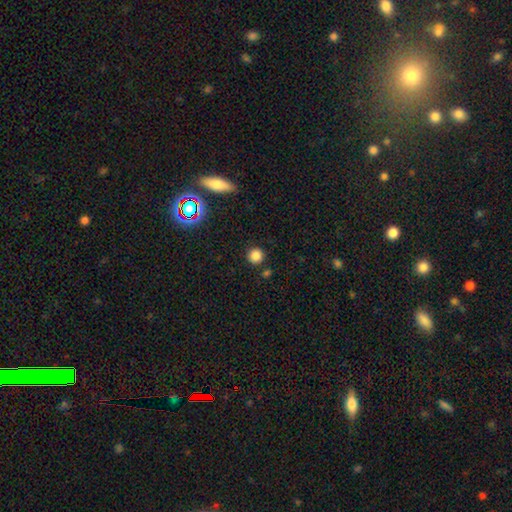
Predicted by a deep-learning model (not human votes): This appears to be a smooth galaxy with no disk features (83%) that is round (94%). Merging: none (88%).